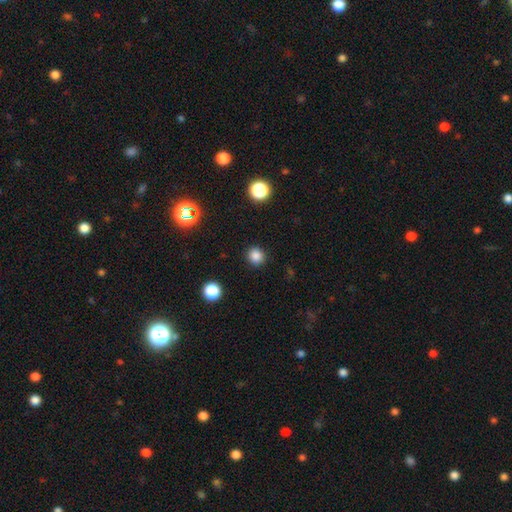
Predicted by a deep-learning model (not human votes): smooth-or-featured: smooth: 83% | star or artifact: 13% | featured or disk: 3%
  how-rounded: round: 91% | in between: 8% | cigar-shaped: 1%
  merging: none: 91% | minor disturbance: 6% | major disturbance: 2% | merger: 1%